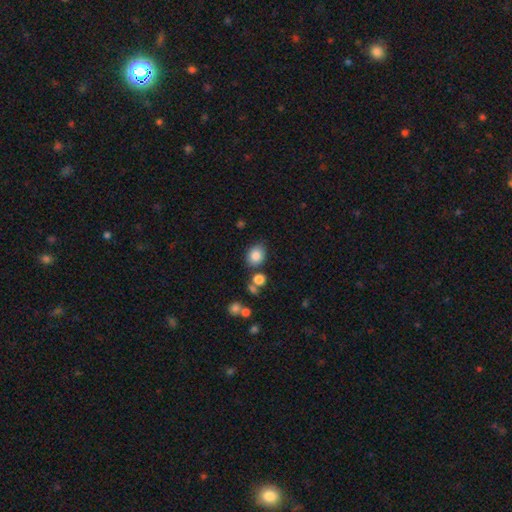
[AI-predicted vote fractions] Q: Smooth or featured?
A: smooth (84%); runner-up: star or artifact (10%)
Q: How rounded?
A: round (54%); runner-up: in between (45%)
Q: Merging?
A: none (73%); runner-up: minor disturbance (14%)